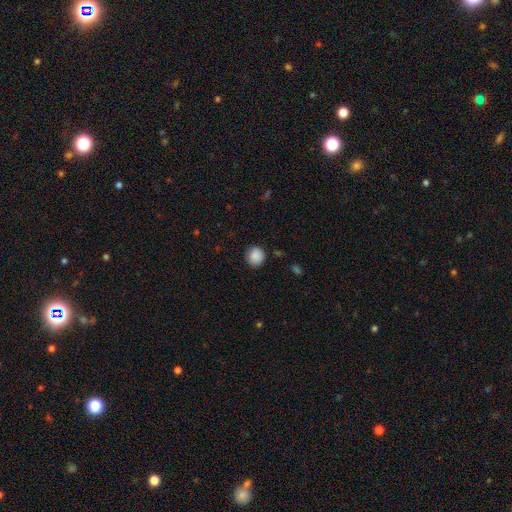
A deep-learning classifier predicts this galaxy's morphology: A smooth galaxy with no disk features (88%) that is round (88%).

Vote fractions:
- Smooth or featured? smooth: 88% / star or artifact: 8% / featured or disk: 3%
- How rounded? round: 88% / in between: 11% / cigar-shaped: 1%
- Merging? none: 86% / minor disturbance: 10% / major disturbance: 2% / merger: 1%